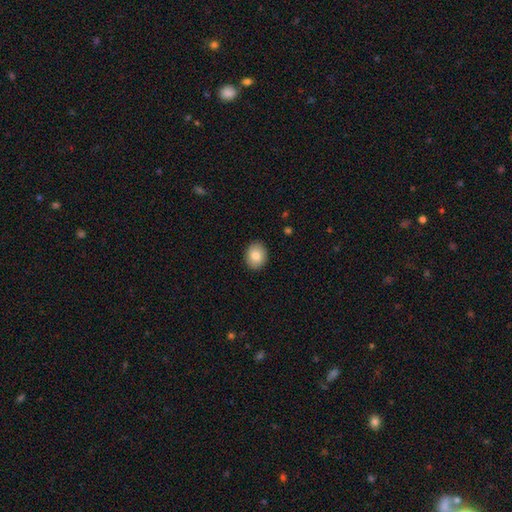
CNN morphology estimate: A smooth galaxy with no disk features (84%) that is round (52%).

Vote fractions:
- Smooth or featured? smooth: 84% / featured or disk: 8% / star or artifact: 8%
- How rounded? round: 52% / in between: 47% / cigar-shaped: 1%
- Merging? none: 90% / minor disturbance: 7% / major disturbance: 2% / merger: 1%